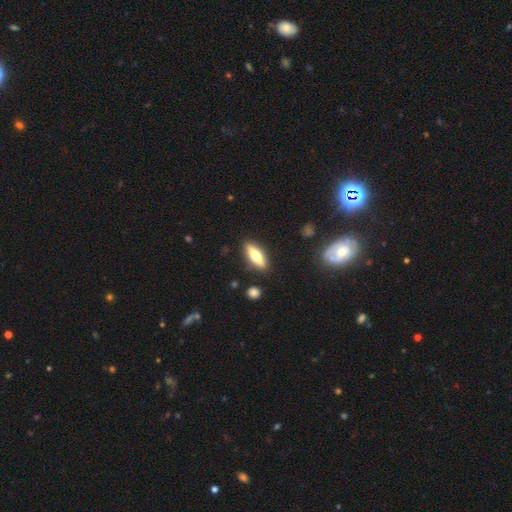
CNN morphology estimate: smooth 56%, featured or disk 38%, star or artifact 6%. Down the decision tree: how rounded — cigar-shaped (53%); merging — none (87%).